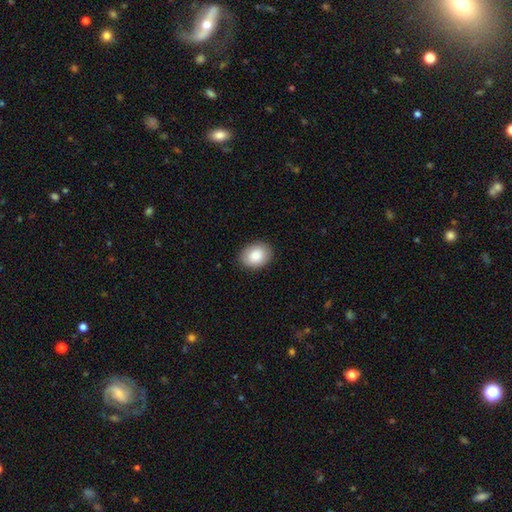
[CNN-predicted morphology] smooth_or_featured: smooth (p=0.86) [alt: featured or disk p=0.07]
how_rounded: in between (p=0.68) [alt: round p=0.31]
merging: none (p=0.88) [alt: minor disturbance p=0.09]